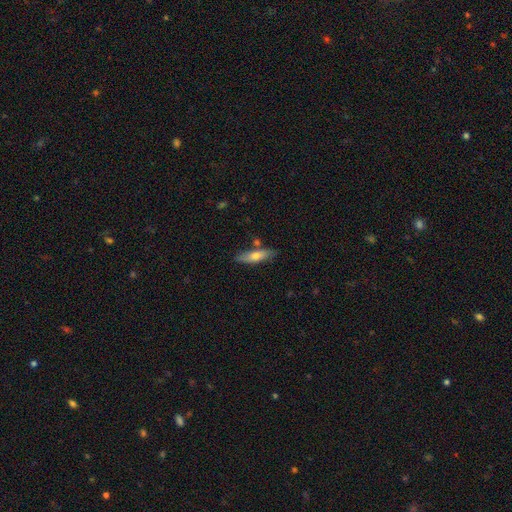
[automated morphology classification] This appears to be a smooth galaxy with no disk features (65%) that is cigar-shaped (64%). Merging: none (76%).